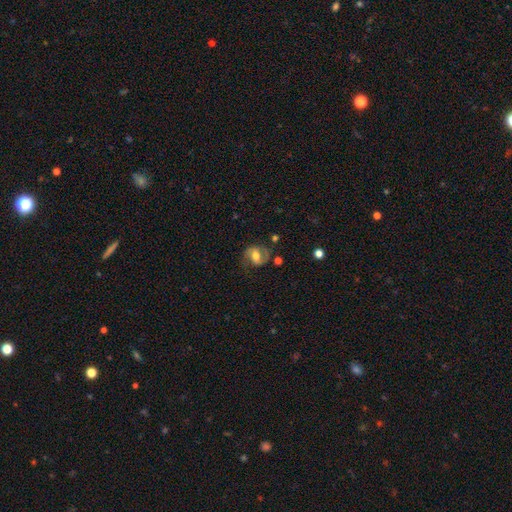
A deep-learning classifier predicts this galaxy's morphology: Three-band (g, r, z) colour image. It shows a featured or disk galaxy (66%) with a weak bar (43%), 2 (84%) medium (51%) spiral arms (86%) and a moderate central bulge (68%). Merging: none (68%).